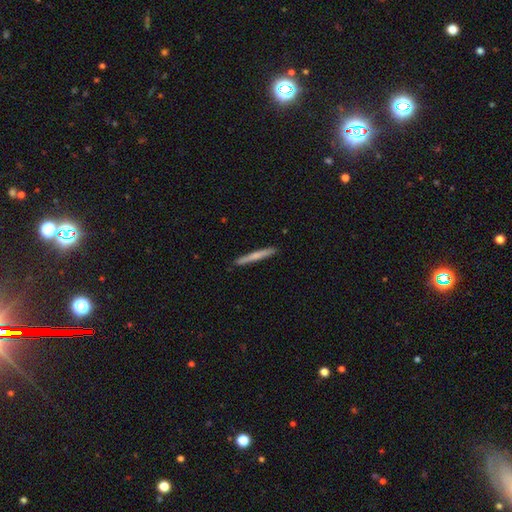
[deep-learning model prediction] This appears to be a smooth galaxy with no disk features (62%) that is cigar-shaped (97%). Merging: none (91%).